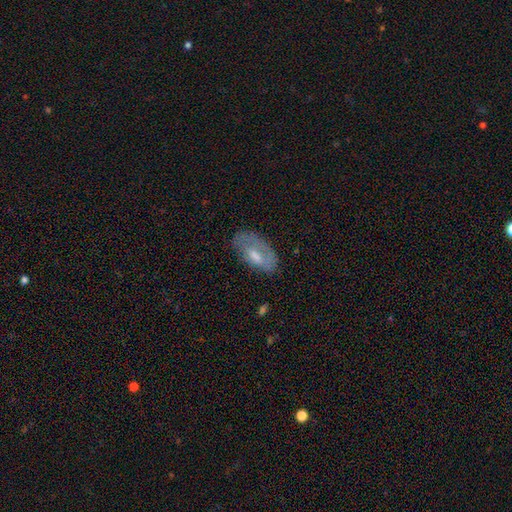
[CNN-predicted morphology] Smooth or featured? Predicted: smooth (p=0.47). Merging? Predicted: none (p=0.60).